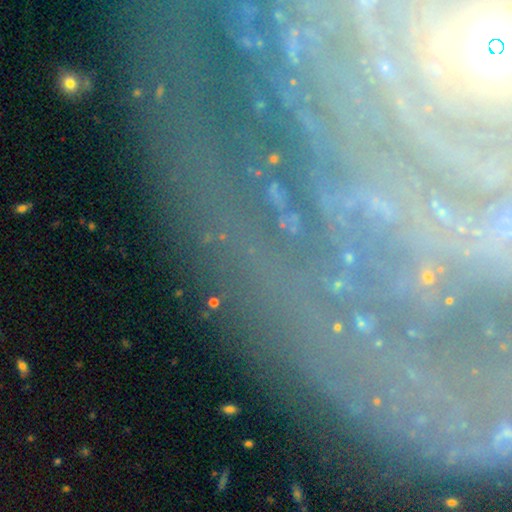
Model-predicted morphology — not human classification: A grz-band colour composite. It shows a featured or disk galaxy (47%). Merging: none (67%).